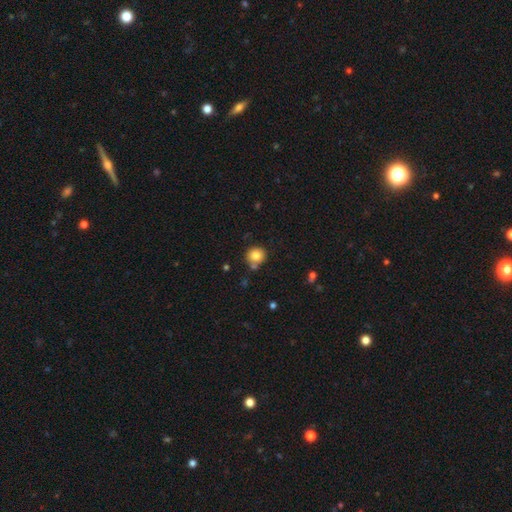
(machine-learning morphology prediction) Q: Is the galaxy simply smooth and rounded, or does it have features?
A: smooth — 81%.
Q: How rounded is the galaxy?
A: round — 90%.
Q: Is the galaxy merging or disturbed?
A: none — 71%.